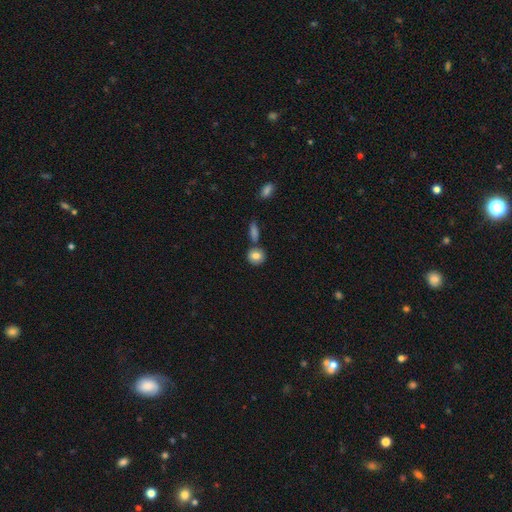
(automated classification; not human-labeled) Smooth or featured: smooth — 82% (featured or disk — 9%)
How rounded: round — 76% (in between — 22%)
Merging: none — 69% (merger — 16%)